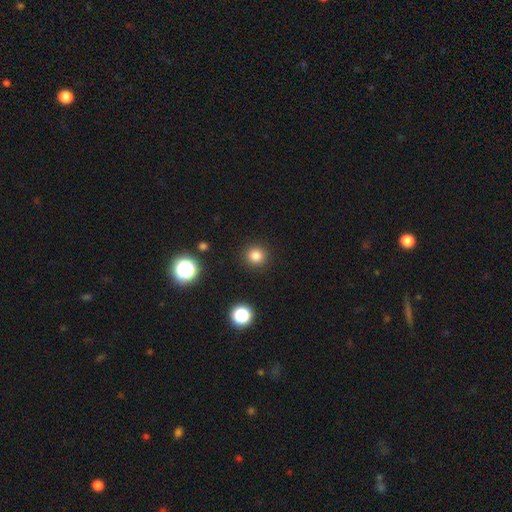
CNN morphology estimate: This appears to be a smooth galaxy with no disk features (81%) that is round (93%). Merging: none (92%).